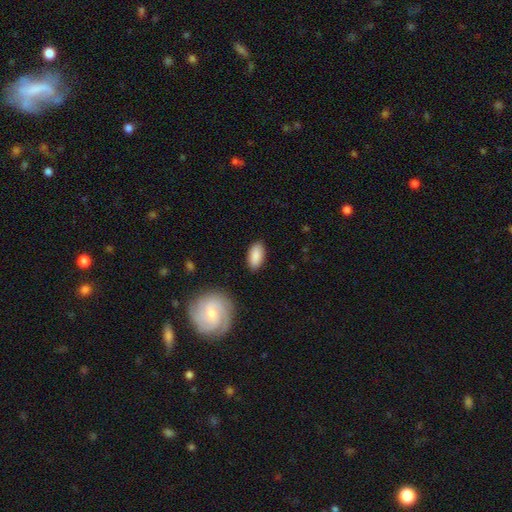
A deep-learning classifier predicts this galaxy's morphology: Smooth or featured?
  - smooth: 88% *
  - star or artifact: 7%
  - featured or disk: 6%
How rounded?
  - in between: 93% *
  - cigar-shaped: 5%
  - round: 3%
Merging?
  - none: 85% *
  - minor disturbance: 11%
  - major disturbance: 2%
  - merger: 2%